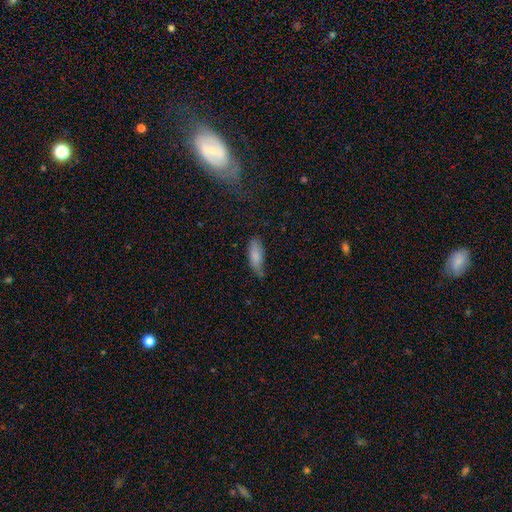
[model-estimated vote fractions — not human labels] This appears to be a smooth galaxy with no disk features (81%) that is in between round and cigar-shaped (69%). Merging: none (53%).